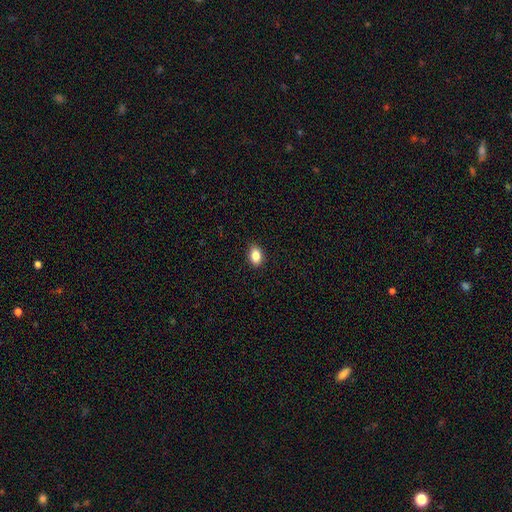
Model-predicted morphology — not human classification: Smooth or featured: smooth — 86% (star or artifact — 9%)
How rounded: in between — 84% (round — 14%)
Merging: none — 88% (minor disturbance — 9%)